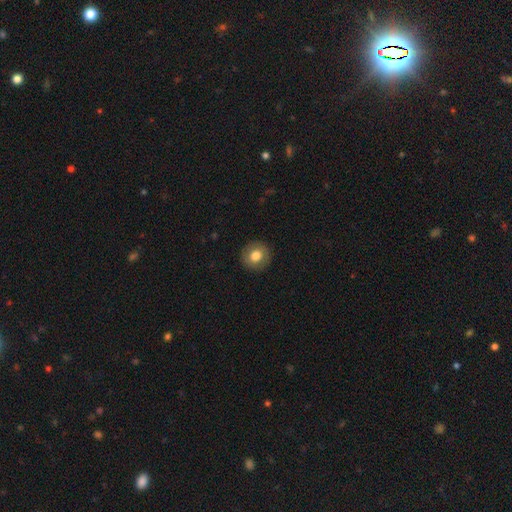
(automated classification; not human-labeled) smooth-or-featured: smooth: 77% | featured or disk: 15% | star or artifact: 8%
  how-rounded: round: 92% | in between: 7% | cigar-shaped: 1%
  merging: none: 91% | minor disturbance: 6% | major disturbance: 2% | merger: 1%